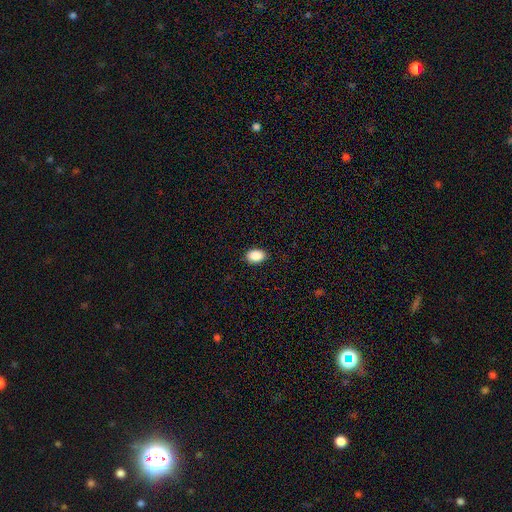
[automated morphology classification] This is clearly a smooth galaxy (90%). How rounded: clearly in between (84%). Merging: clearly none (89%).